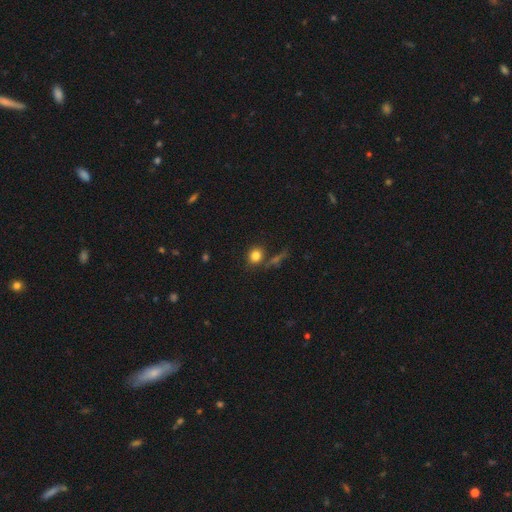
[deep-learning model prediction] smooth-or-featured: smooth: 81% | star or artifact: 12% | featured or disk: 7%
  how-rounded: round: 78% | in between: 21% | cigar-shaped: 2%
  merging: none: 74% | minor disturbance: 11% | merger: 10% | major disturbance: 5%